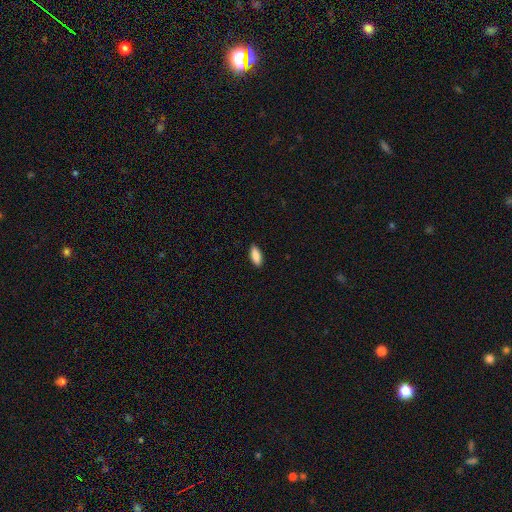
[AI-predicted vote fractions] Morphology: type=smooth (89%); roundness=in between (78%); merging=none (89%).